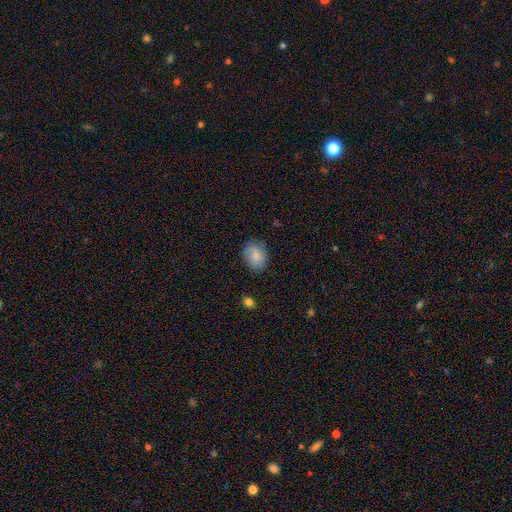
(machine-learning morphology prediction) Smooth or featured?
  - smooth: 78% *
  - featured or disk: 14%
  - star or artifact: 8%
How rounded?
  - in between: 59% *
  - round: 40%
  - cigar-shaped: 1%
Merging?
  - none: 76% *
  - minor disturbance: 18%
  - major disturbance: 4%
  - merger: 1%